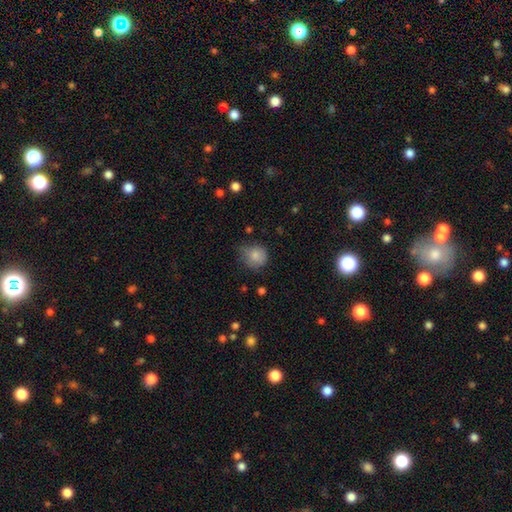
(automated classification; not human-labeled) Smooth or featured? Predicted: smooth (p=0.82). How rounded? Predicted: round (p=0.83). Merging? Predicted: none (p=0.55).